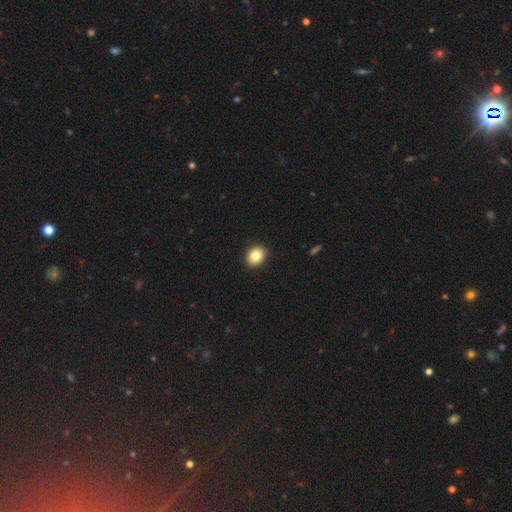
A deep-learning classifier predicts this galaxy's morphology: smooth 85%, star or artifact 9%, featured or disk 6%. Down the decision tree: how rounded — in between (53%); merging — none (91%).